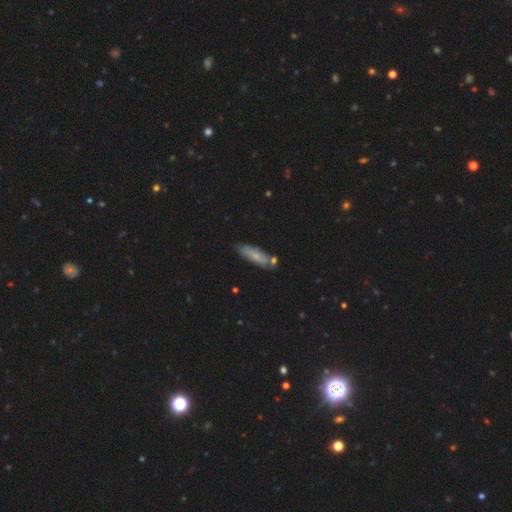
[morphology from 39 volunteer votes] Volunteers were most divided on "how rounded": in between: 54%, cigar-shaped: 46%, round: 0%. More confident: merging — none (65%); smooth or featured — smooth (62%).